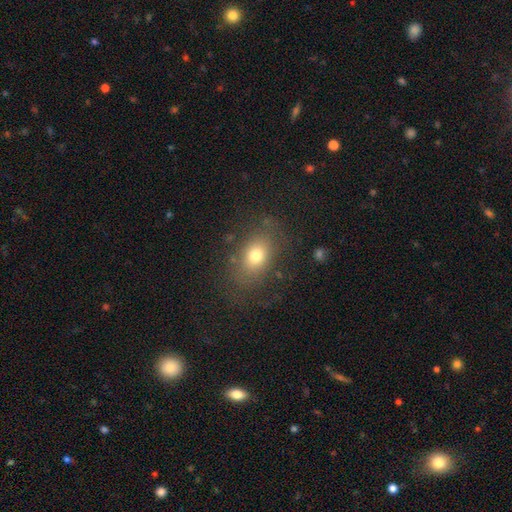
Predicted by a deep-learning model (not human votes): Q: Smooth or featured?
A: smooth (73%); runner-up: featured or disk (15%)
Q: How rounded?
A: in between (74%); runner-up: round (24%)
Q: Merging?
A: none (76%); runner-up: minor disturbance (15%)